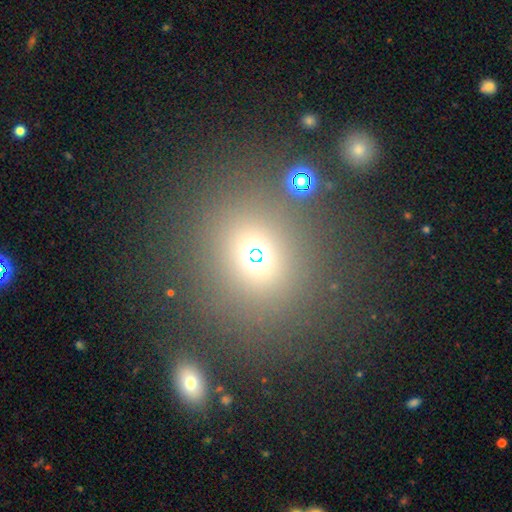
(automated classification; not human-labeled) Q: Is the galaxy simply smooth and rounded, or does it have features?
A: smooth — 59%.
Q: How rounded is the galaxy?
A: round — 74%.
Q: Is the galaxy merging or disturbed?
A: none — 80%.